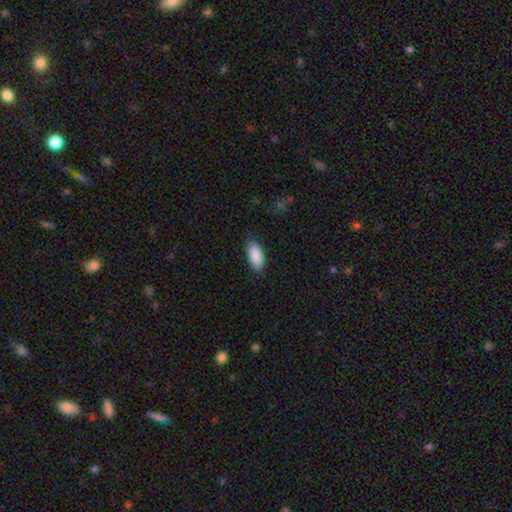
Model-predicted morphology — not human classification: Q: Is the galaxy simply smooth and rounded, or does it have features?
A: smooth — 90%.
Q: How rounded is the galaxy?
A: in between — 91%.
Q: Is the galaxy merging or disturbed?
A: none — 85%.